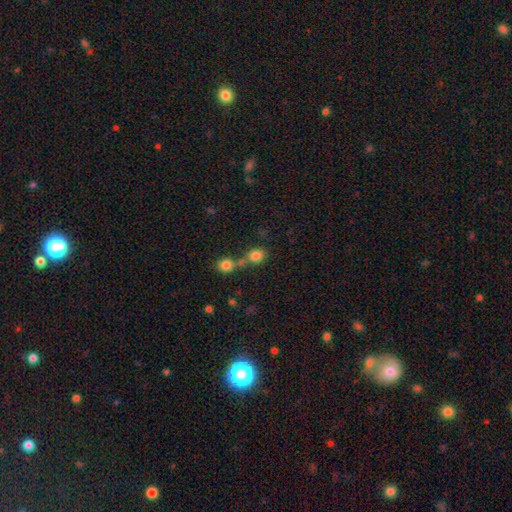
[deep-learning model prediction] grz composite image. It shows a smooth galaxy with no disk features (82%) that is round (54%). Merging: none (50%).